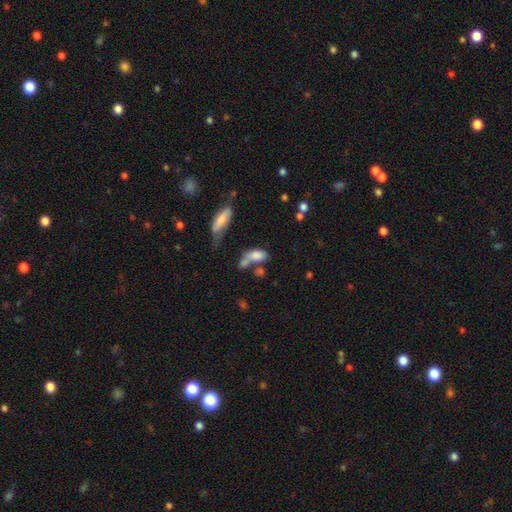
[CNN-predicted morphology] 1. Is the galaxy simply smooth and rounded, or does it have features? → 75% smooth, 15% featured or disk, 10% star or artifact.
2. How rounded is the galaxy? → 85% in between, 10% cigar-shaped, 5% round.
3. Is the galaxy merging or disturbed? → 40% merger, 30% none, 17% minor disturbance, 13% major disturbance.